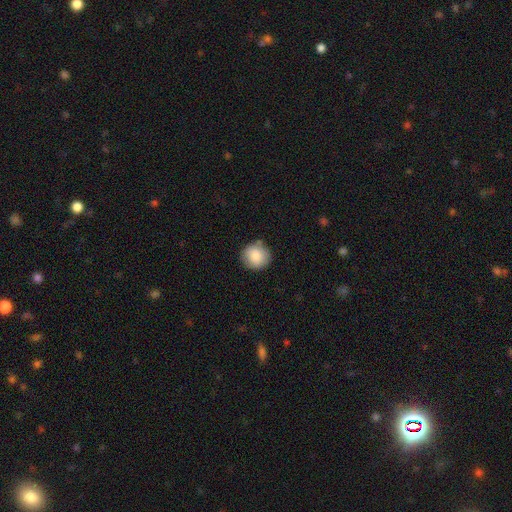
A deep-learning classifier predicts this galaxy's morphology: A smooth galaxy with no disk features (85%) that is round (91%). Merging: none (82%).